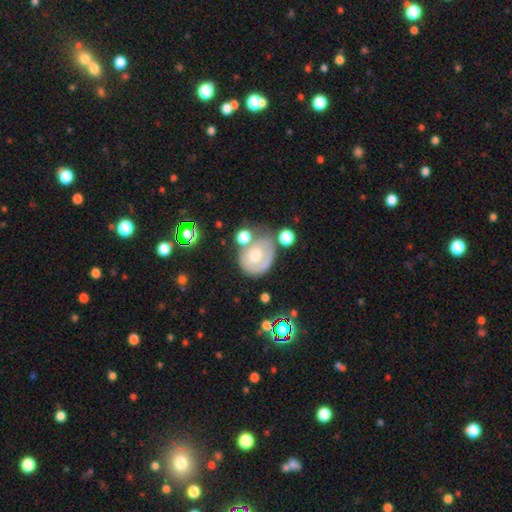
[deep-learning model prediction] Smooth or featured? smooth (47%)
Merging? none (44%)